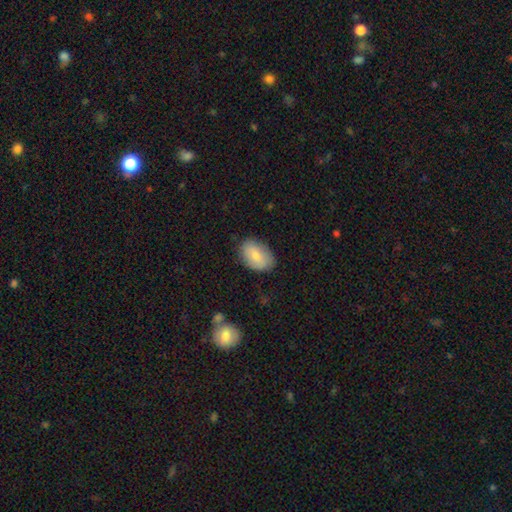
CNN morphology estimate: smooth-or-featured: smooth: 78% | featured or disk: 16% | star or artifact: 6%
  how-rounded: in between: 89% | round: 10% | cigar-shaped: 1%
  merging: none: 79% | minor disturbance: 16% | major disturbance: 3% | merger: 1%